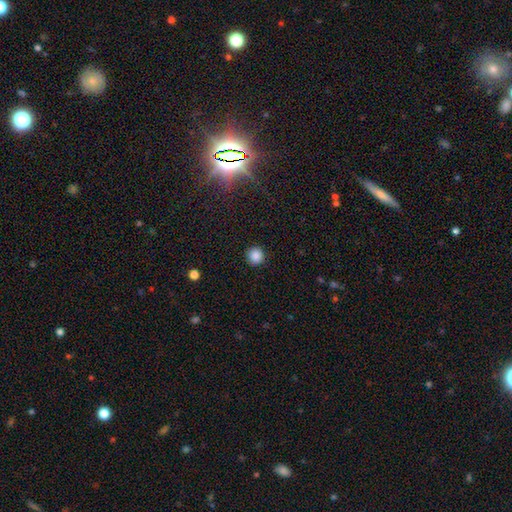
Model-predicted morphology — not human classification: smooth-or-featured: smooth: 87% | star or artifact: 10% | featured or disk: 3%
  how-rounded: round: 95% | in between: 4% | cigar-shaped: 1%
  merging: none: 91% | minor disturbance: 6% | major disturbance: 2% | merger: 1%